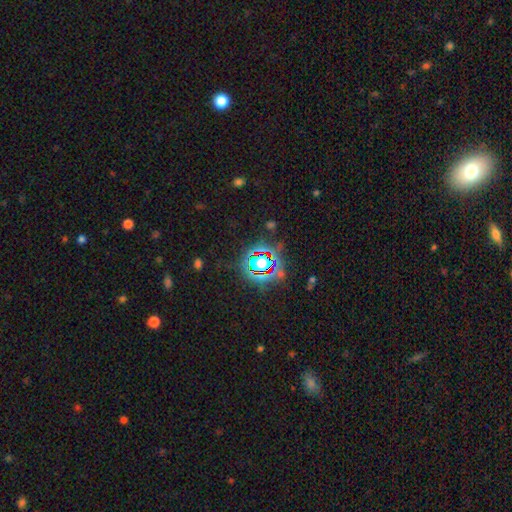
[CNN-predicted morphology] This is likely a star or artifact rather than a galaxy (72%).